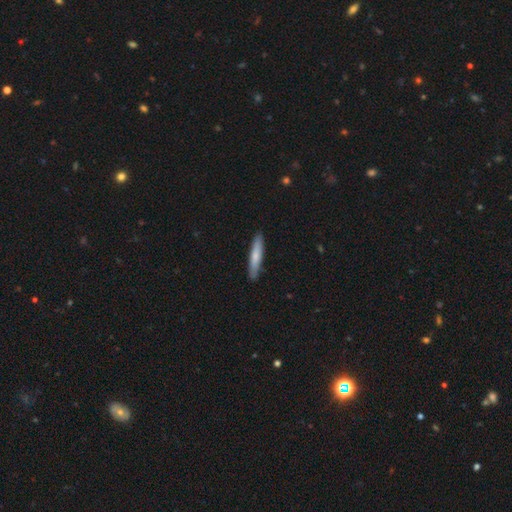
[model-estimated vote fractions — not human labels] Smooth or featured: smooth — 72% (featured or disk — 23%)
How rounded: cigar-shaped — 90% (in between — 9%)
Merging: none — 88% (minor disturbance — 9%)